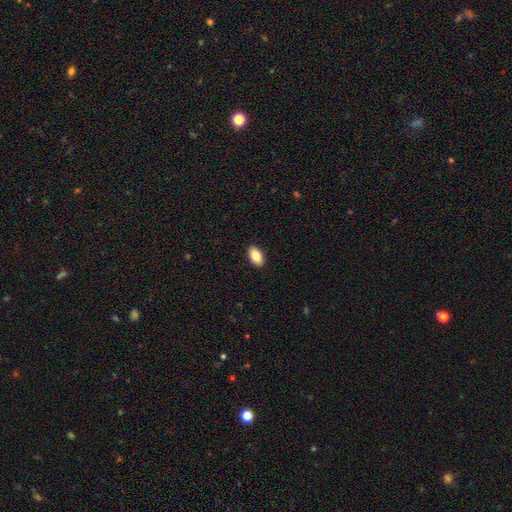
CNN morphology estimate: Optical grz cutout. It shows a smooth galaxy with no disk features (85%) that is in between round and cigar-shaped (93%). Merging: none (90%).